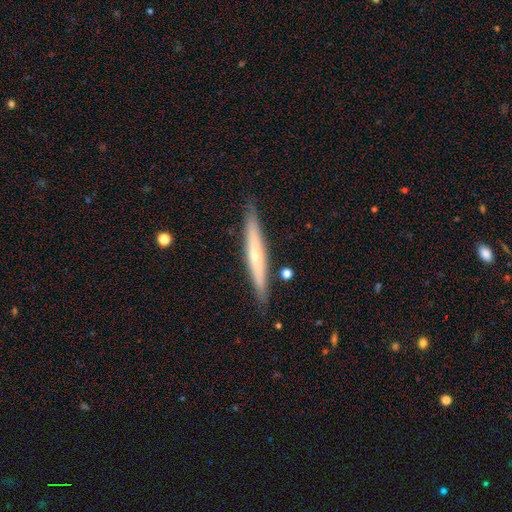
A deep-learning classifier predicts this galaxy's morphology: featured or disk 54%, smooth 40%, star or artifact 6%. Down the decision tree: edge-on disk — yes (93%); edge-on bulge — rounded (57%); merging — none (89%).